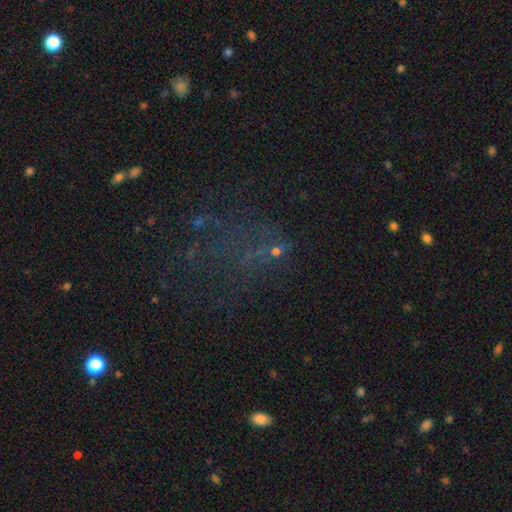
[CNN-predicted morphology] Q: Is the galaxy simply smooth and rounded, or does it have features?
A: star or artifact — 48%.